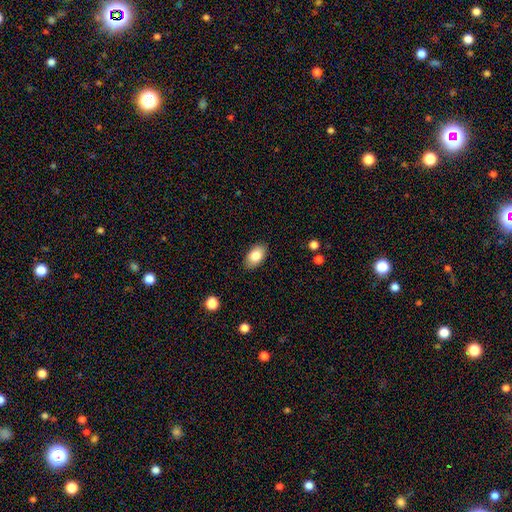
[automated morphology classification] The model was most divided on "merging": none: 86%, minor disturbance: 11%, major disturbance: 2%, merger: 1%. More confident: how rounded — in between (92%); smooth or featured — smooth (84%).